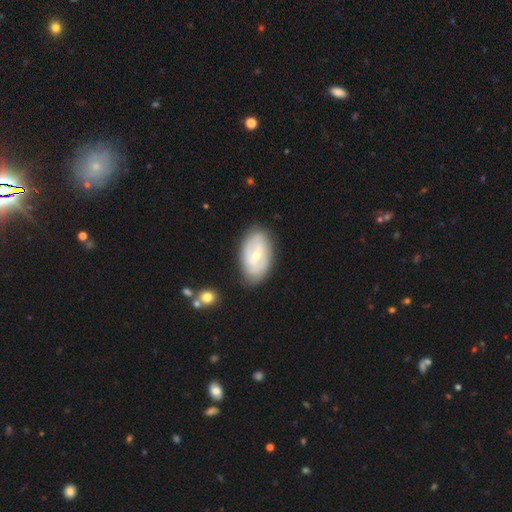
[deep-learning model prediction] Q: Smooth or featured?
A: featured or disk (62%); runner-up: smooth (32%)
Q: Edge-on disk?
A: no (94%); runner-up: yes (6%)
Q: Bar?
A: weak (50%); runner-up: no (32%)
Q: Spiral arms?
A: yes (70%); runner-up: no (30%)
Q: Bulge size?
A: small (55%); runner-up: moderate (42%)
Q: Merging?
A: none (77%); runner-up: minor disturbance (17%)